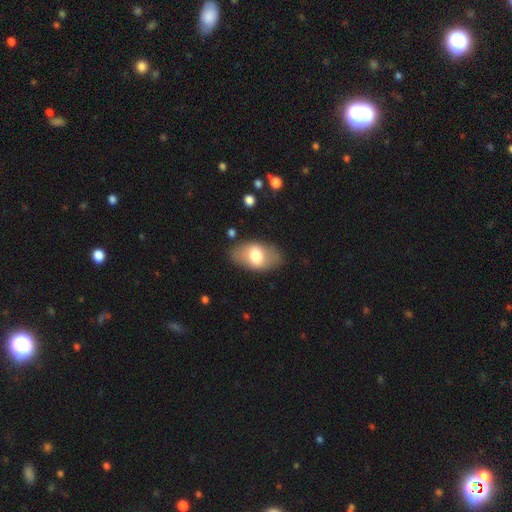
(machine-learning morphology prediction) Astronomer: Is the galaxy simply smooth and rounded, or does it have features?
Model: smooth — 65%.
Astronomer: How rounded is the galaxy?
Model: in between — 91%.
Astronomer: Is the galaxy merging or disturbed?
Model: none — 80%.